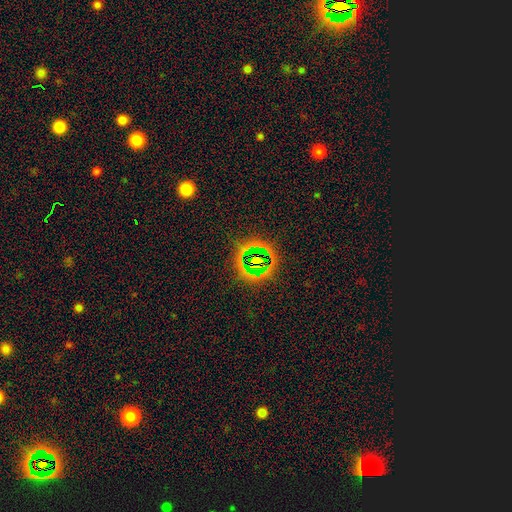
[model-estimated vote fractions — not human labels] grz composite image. It shows a star or artifact, not a galaxy (42%).